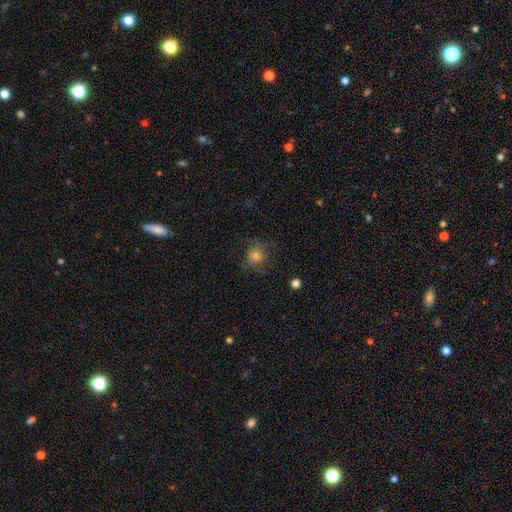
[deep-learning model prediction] smooth_or_featured: smooth (p=0.64) [alt: featured or disk p=0.23]
how_rounded: round (p=0.83) [alt: in between p=0.16]
merging: none (p=0.68) [alt: minor disturbance p=0.18]